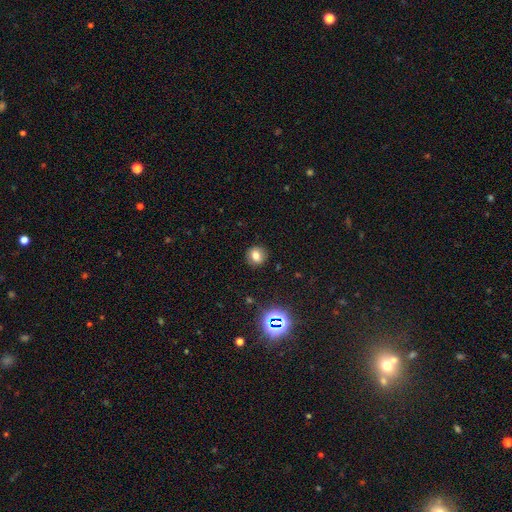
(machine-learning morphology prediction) Overall: smooth (73%). How rounded: round (82%). Merging: none (89%).